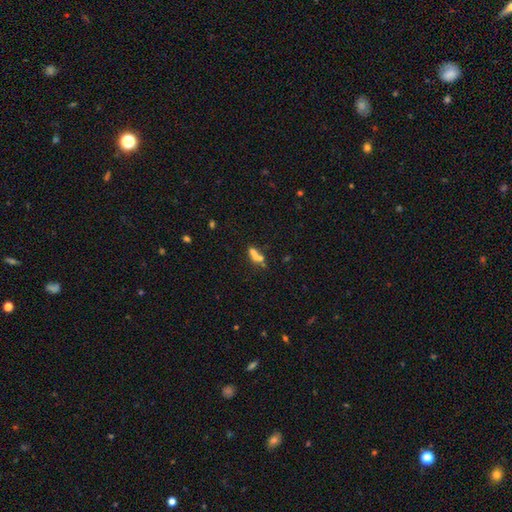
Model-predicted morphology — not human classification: This appears to be a smooth galaxy with no disk features (53%) that is in between round and cigar-shaped (52%). Merging: merger (49%).